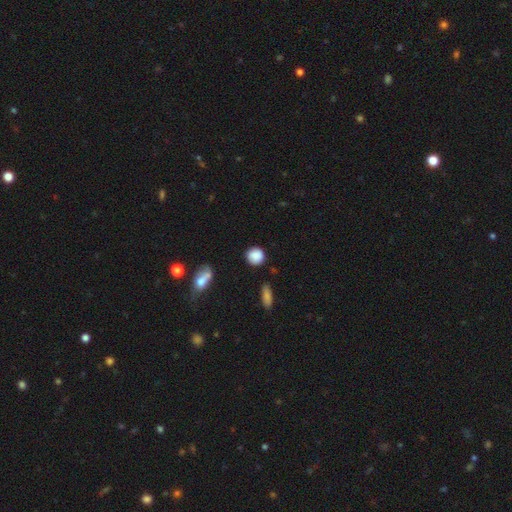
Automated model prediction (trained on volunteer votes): This is clearly a smooth galaxy (86%). How rounded: clearly round (87%). Merging: clearly none (80%).